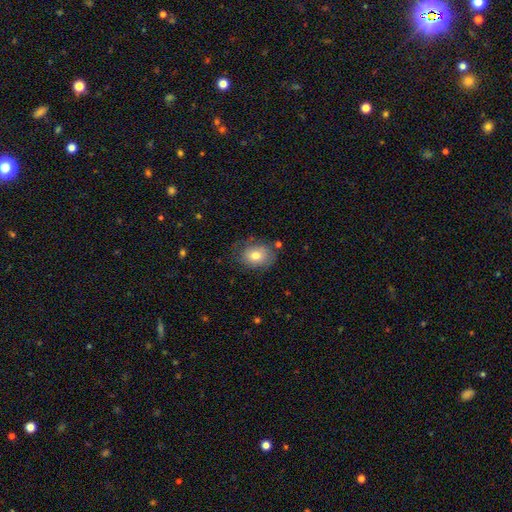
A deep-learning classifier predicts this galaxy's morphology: Smooth or featured? Predicted: smooth (p=0.73). How rounded? Predicted: in between (p=0.55). Merging? Predicted: none (p=0.71).